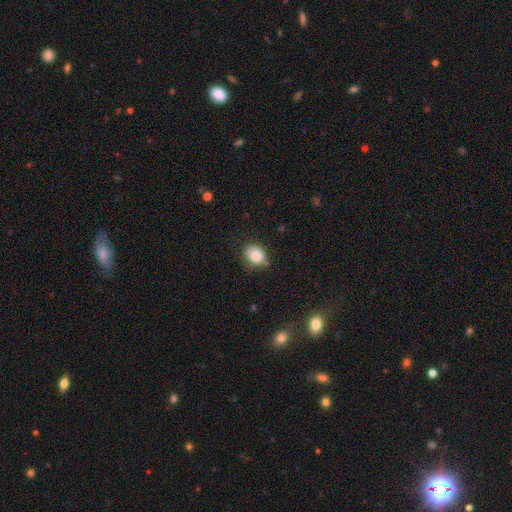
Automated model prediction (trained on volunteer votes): This appears to be a smooth galaxy with no disk features (84%) that is round (51%). Merging: none (74%).